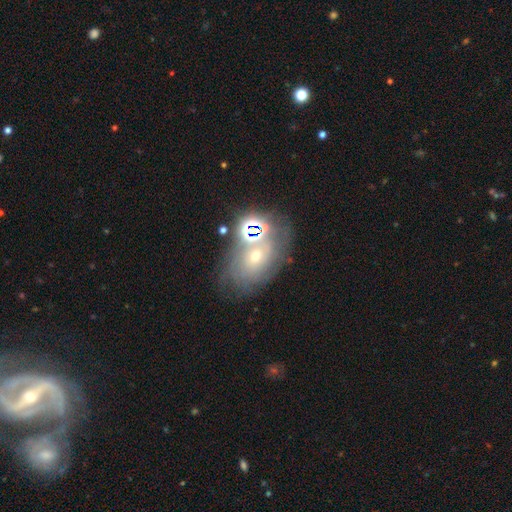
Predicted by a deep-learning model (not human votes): The model was most divided on "smooth or featured": featured or disk: 41%, star or artifact: 31%, smooth: 28%. More confident: merging — none (57%).